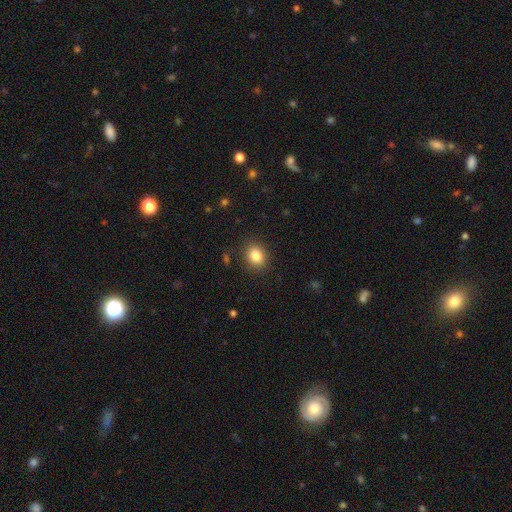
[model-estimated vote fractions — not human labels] Smooth or featured? Predicted: smooth (p=0.84). How rounded? Predicted: in between (p=0.50). Merging? Predicted: none (p=0.87).